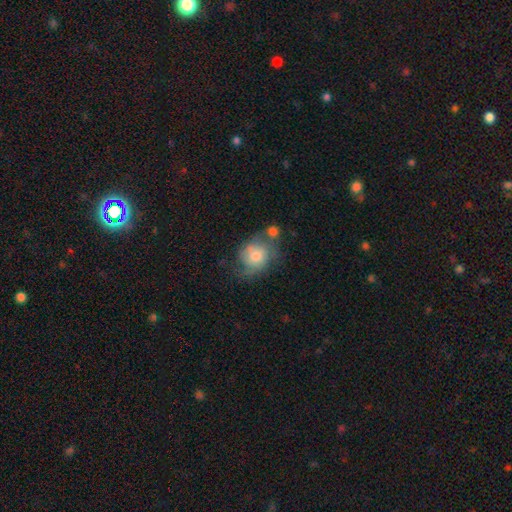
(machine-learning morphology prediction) A smooth galaxy with no disk features (46%, tied with featured or disk). Merging: none (40%).